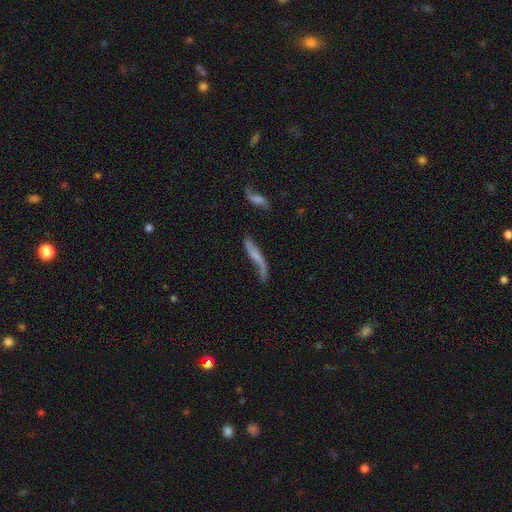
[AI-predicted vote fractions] Overall: featured or disk (58%; smooth 33%). Edge-on disk: no (65%; yes 35%). Merging: none (40%; minor disturbance 26%).